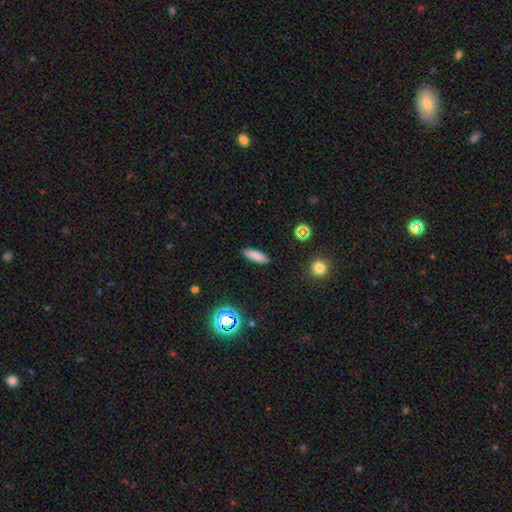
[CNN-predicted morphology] A smooth galaxy with no disk features (84%) that is in between round and cigar-shaped (54%). Merging: none (89%).